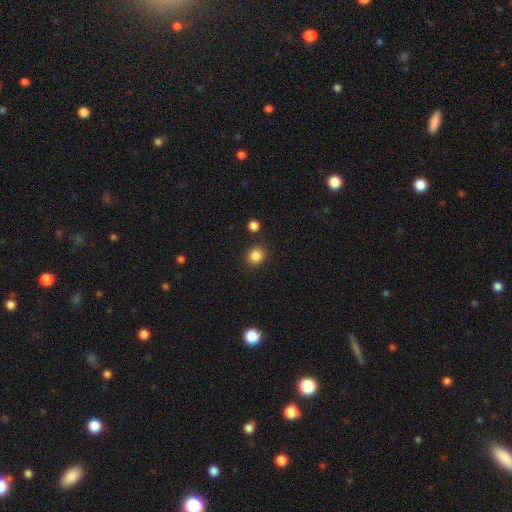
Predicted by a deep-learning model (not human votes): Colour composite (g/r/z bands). It shows a smooth galaxy with no disk features (86%) that is round (80%). Merging: none (87%).